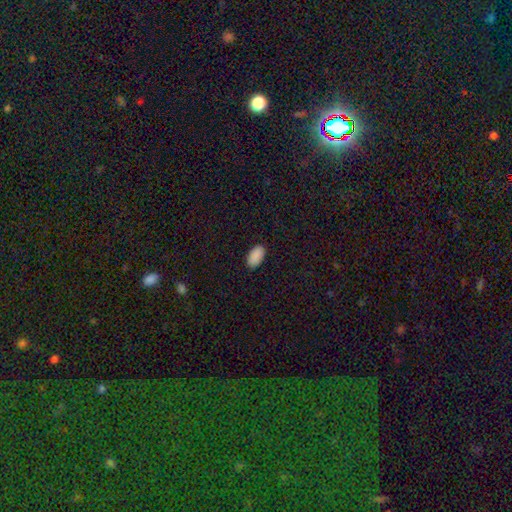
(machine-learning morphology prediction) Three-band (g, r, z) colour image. It shows a smooth galaxy with no disk features (90%) that is in between round and cigar-shaped (95%). Merging: none (88%).